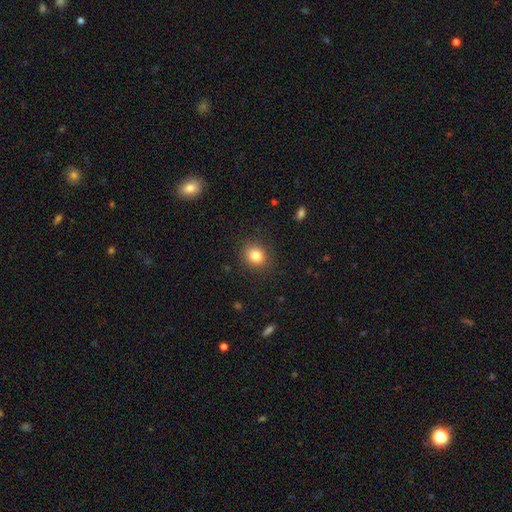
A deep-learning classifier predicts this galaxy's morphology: Smooth or featured?
  - smooth: 83% *
  - star or artifact: 11%
  - featured or disk: 6%
How rounded?
  - round: 76% *
  - in between: 23%
  - cigar-shaped: 1%
Merging?
  - none: 89% *
  - minor disturbance: 8%
  - major disturbance: 3%
  - merger: 1%